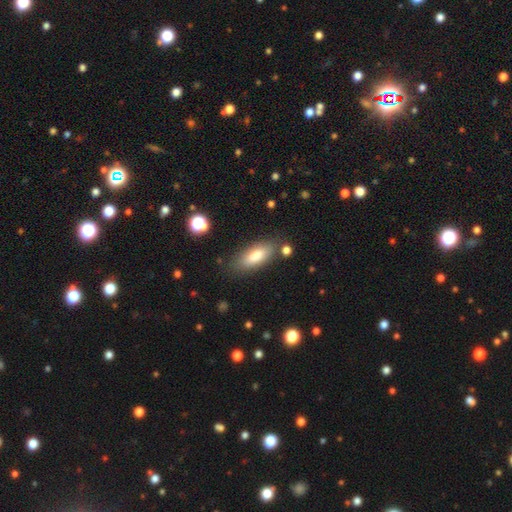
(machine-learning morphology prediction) This is likely a smooth galaxy (78%). How rounded: likely in between (74%). Merging: clearly none (80%).